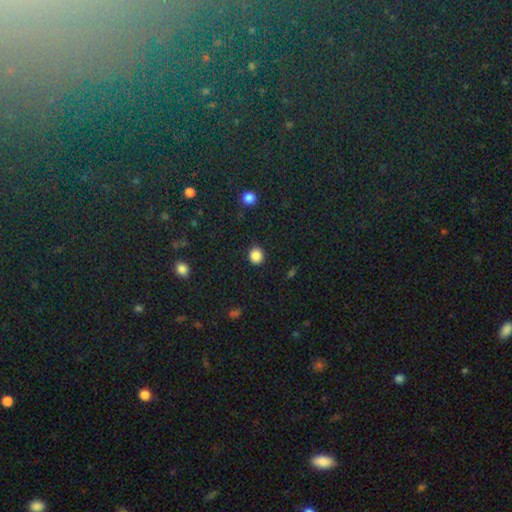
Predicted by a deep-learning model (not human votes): This appears to be a smooth galaxy with no disk features (87%) that is round (84%). Merging: none (90%).